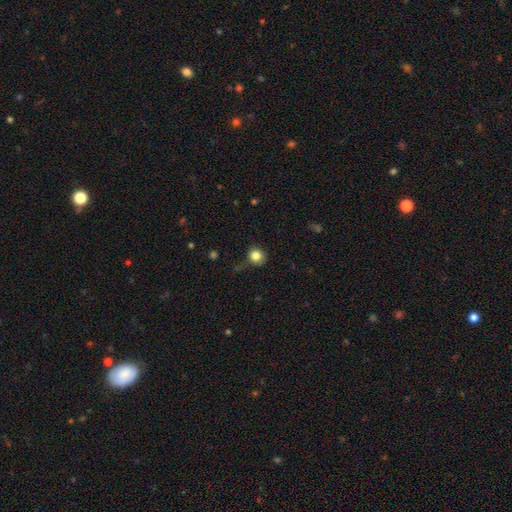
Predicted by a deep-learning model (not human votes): A smooth galaxy with no disk features (83%) that is round (85%). Merging: none (72%).